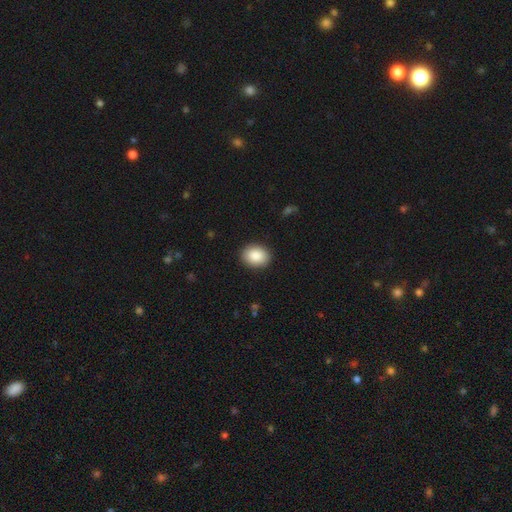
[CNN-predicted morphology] smooth_or_featured: smooth (p=0.89) [alt: star or artifact p=0.07]
how_rounded: in between (p=0.65) [alt: round p=0.34]
merging: none (p=0.90) [alt: minor disturbance p=0.07]